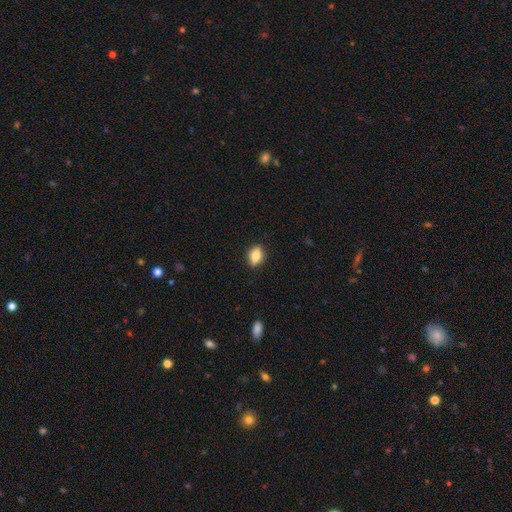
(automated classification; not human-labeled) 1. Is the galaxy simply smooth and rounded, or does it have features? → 71% smooth, 20% featured or disk, 8% star or artifact.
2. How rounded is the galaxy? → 77% in between, 14% round, 9% cigar-shaped.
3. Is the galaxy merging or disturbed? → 85% none, 11% minor disturbance, 2% major disturbance, 1% merger.